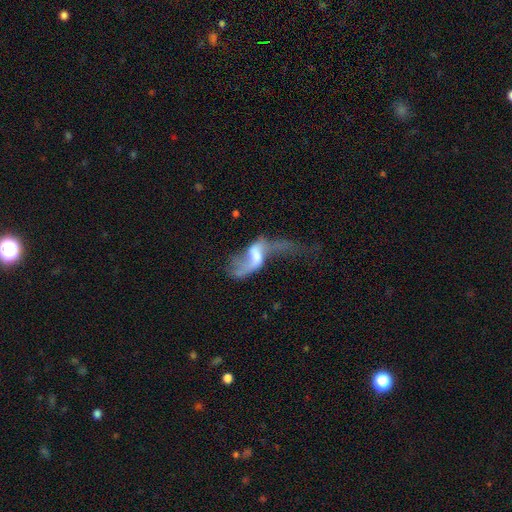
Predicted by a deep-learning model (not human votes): The model was most divided on "bulge size": none: 31%, moderate: 29%, small: 20%, large: 17%, dominant: 4%. Remaining: edge-on disk — no (93%); spiral arms — yes (68%); smooth or featured — featured or disk (67%); merging — major disturbance (50%); bar — weak (40%).